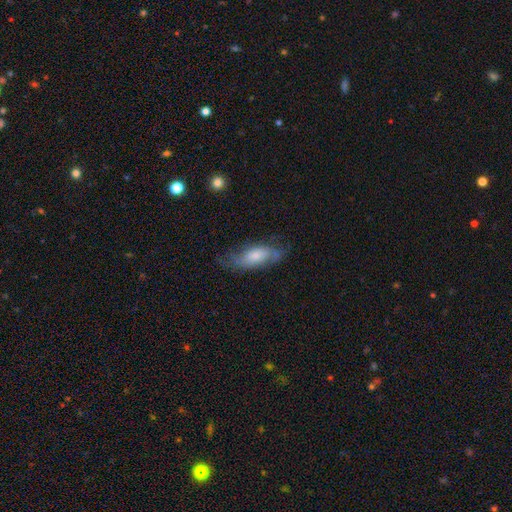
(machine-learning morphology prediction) Smooth or featured? Predicted: smooth (p=0.52). How rounded? Predicted: in between (p=0.77). Merging? Predicted: none (p=0.58).